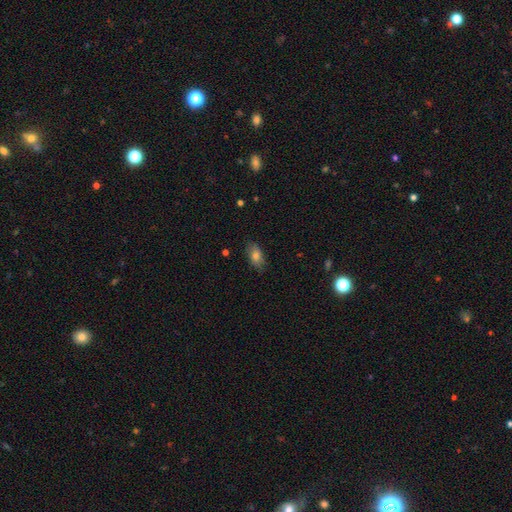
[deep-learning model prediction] The model was most divided on "smooth or featured": smooth: 77%, featured or disk: 14%, star or artifact: 9%. More confident: how rounded — in between (89%); merging — none (81%).